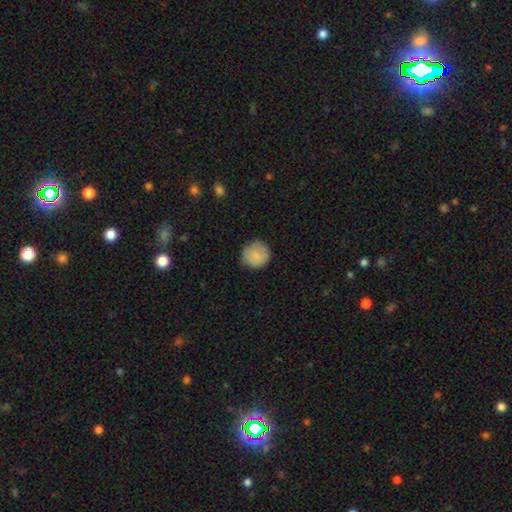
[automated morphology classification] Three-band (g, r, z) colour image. It shows a smooth galaxy with no disk features (85%) that is round (92%). Merging: none (78%).